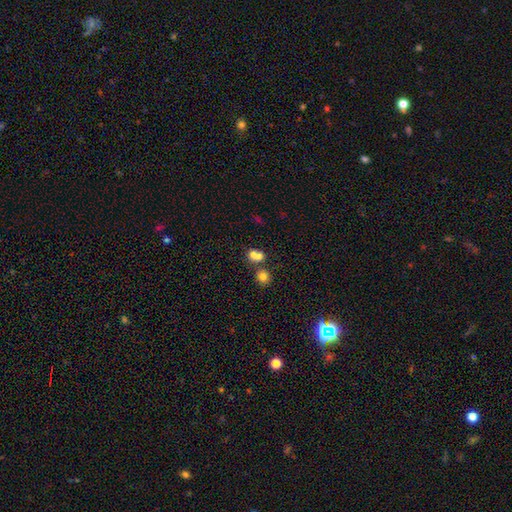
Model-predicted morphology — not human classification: smooth 71%, star or artifact 14%, featured or disk 14%. Down the decision tree: how rounded — round (77%); merging — merger (54%).